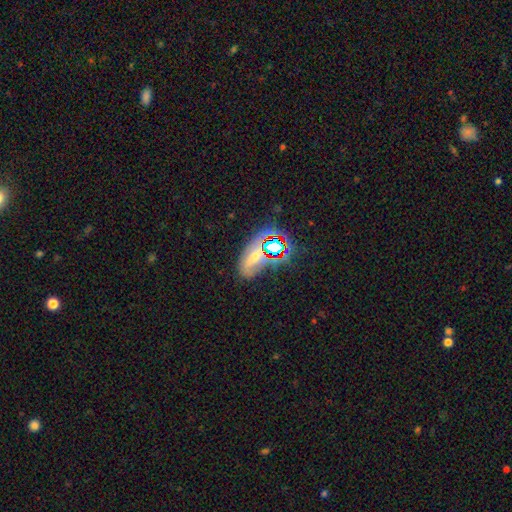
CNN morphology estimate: Smooth or featured? Predicted: star or artifact (p=0.40).